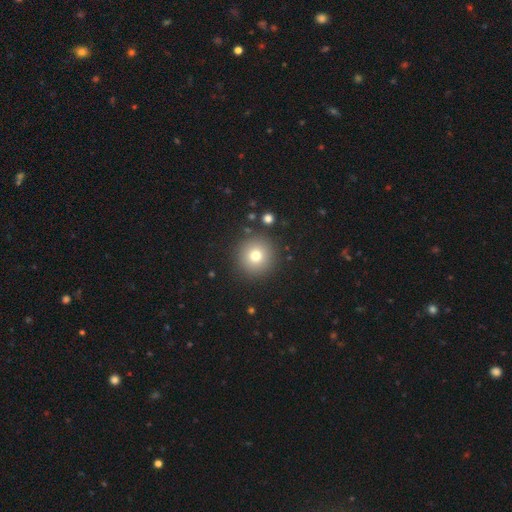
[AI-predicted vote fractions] A smooth galaxy with no disk features (76%) that is round (95%).

Vote fractions:
- Smooth or featured? smooth: 76% / star or artifact: 13% / featured or disk: 11%
- How rounded? round: 95% / in between: 4% / cigar-shaped: 1%
- Merging? none: 89% / minor disturbance: 6% / major disturbance: 3% / merger: 2%